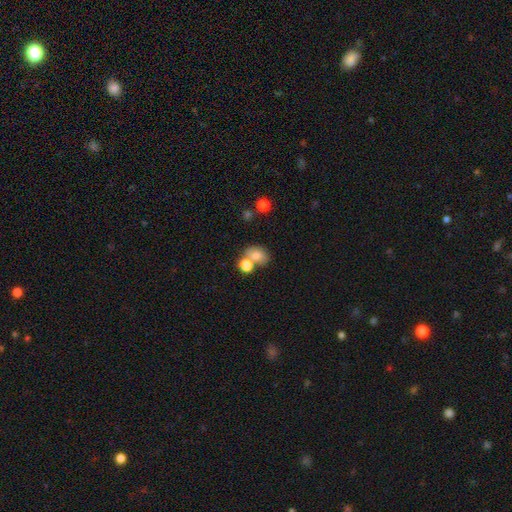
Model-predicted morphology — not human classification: Smooth or featured? smooth (75%)
How rounded? in between (54%)
Merging? none (43%)